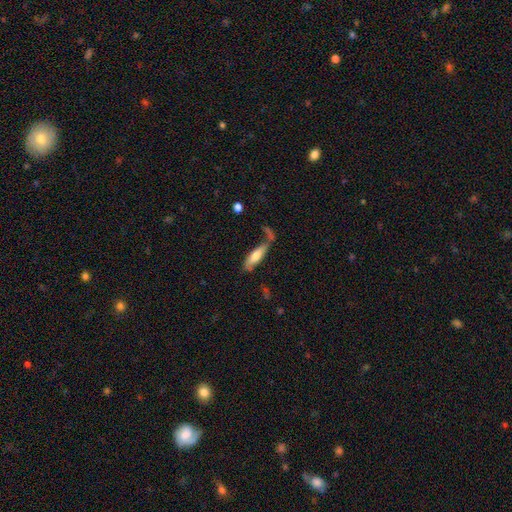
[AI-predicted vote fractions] This is likely a smooth galaxy (61%). How rounded: possibly cigar-shaped (55%). Merging: possibly none (47%).